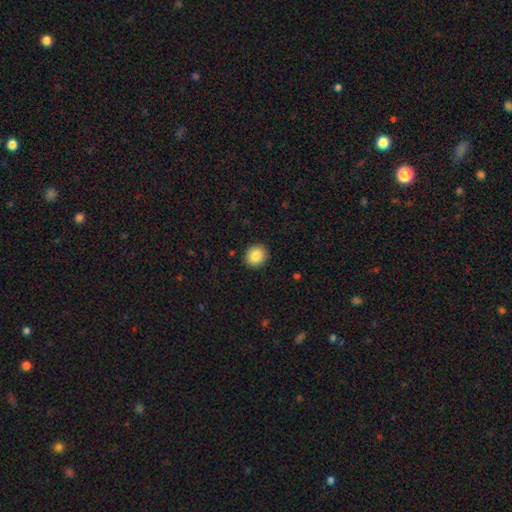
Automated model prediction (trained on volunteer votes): Q: Smooth or featured?
A: smooth (86%); runner-up: star or artifact (9%)
Q: How rounded?
A: round (77%); runner-up: in between (22%)
Q: Merging?
A: none (91%); runner-up: minor disturbance (6%)